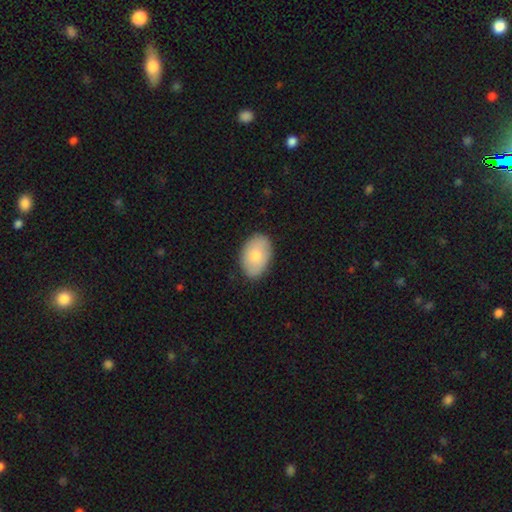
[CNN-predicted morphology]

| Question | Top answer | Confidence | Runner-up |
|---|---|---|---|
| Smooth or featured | smooth | 77% | featured or disk (18%) |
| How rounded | in between | 90% | round (9%) |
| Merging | none | 86% | minor disturbance (11%) |